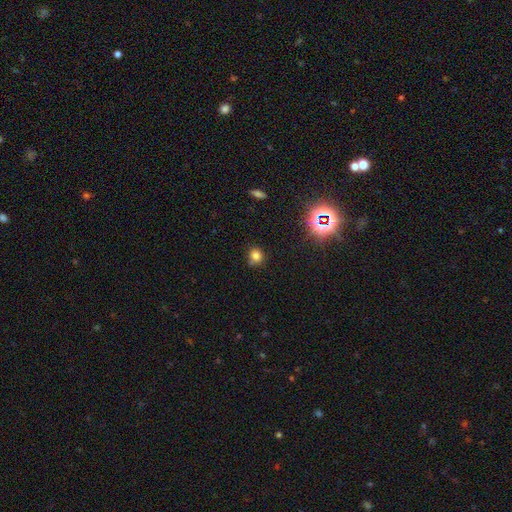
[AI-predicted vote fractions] A smooth galaxy with no disk features (76%) that is round (80%). Merging: none (73%).